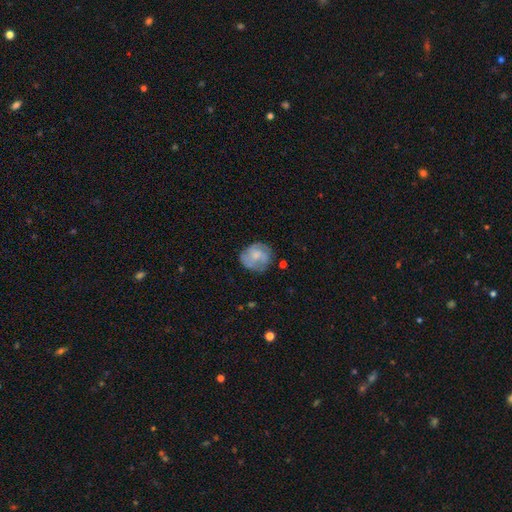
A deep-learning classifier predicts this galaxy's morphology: featured or disk 52%, smooth 41%, star or artifact 7%. Down the decision tree: edge-on disk — no (98%); bar — no (71%); spiral arms — yes (72%); bulge size — moderate (41%); merging — none (69%).